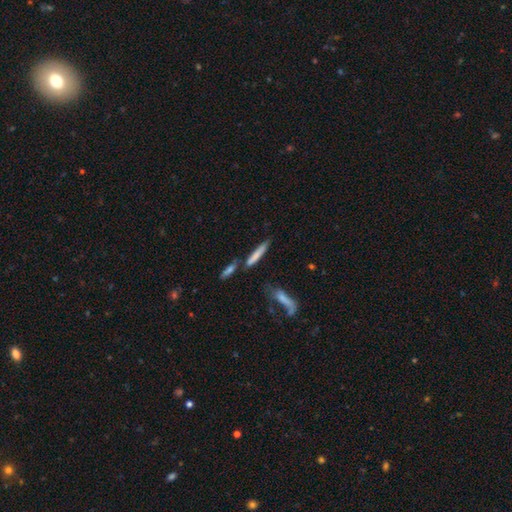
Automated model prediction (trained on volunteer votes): A smooth galaxy with no disk features (70%) that is cigar-shaped (87%).

Vote fractions:
- Smooth or featured? smooth: 70% / featured or disk: 22% / star or artifact: 8%
- How rounded? cigar-shaped: 87% / in between: 11% / round: 2%
- Merging? none: 61% / merger: 20% / minor disturbance: 14% / major disturbance: 5%